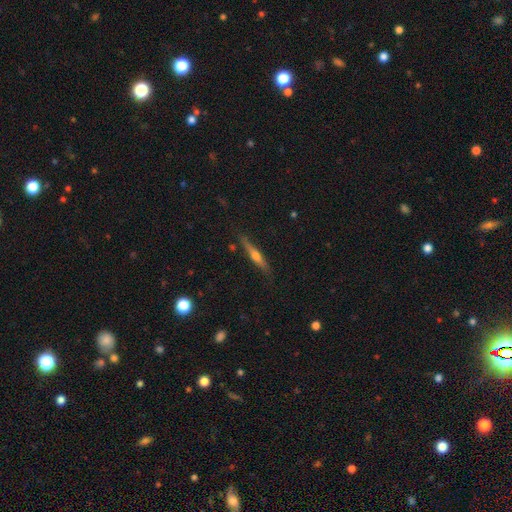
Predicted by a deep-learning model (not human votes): A featured or disk galaxy (61%) viewed edge-on (97%) with a rounded central bulge (87%).

Vote fractions:
- Smooth or featured? featured or disk: 61% / smooth: 32% / star or artifact: 6%
- Edge-on disk? yes: 97% / no: 3%
- Edge-on bulge? rounded: 87% / none: 9% / boxy: 5%
- Merging? none: 85% / minor disturbance: 12% / major disturbance: 2% / merger: 2%